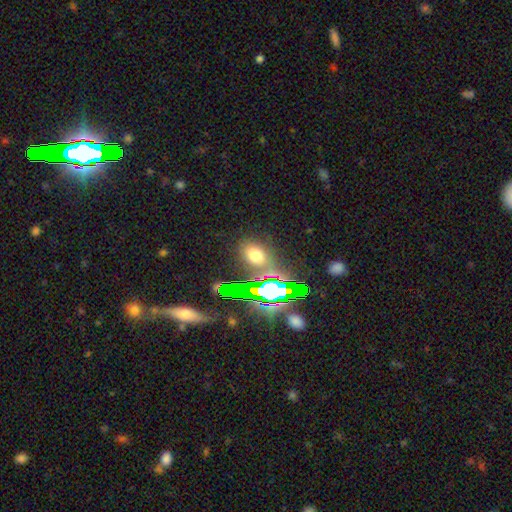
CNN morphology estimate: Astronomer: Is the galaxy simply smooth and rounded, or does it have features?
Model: smooth — 62%.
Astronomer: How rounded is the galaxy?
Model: in between — 61%.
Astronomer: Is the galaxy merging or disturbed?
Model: none — 77%.